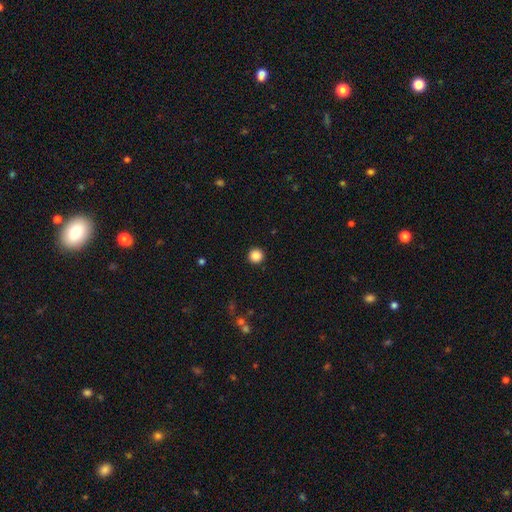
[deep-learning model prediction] A smooth galaxy with no disk features (87%) that is round (96%). Merging: none (93%).